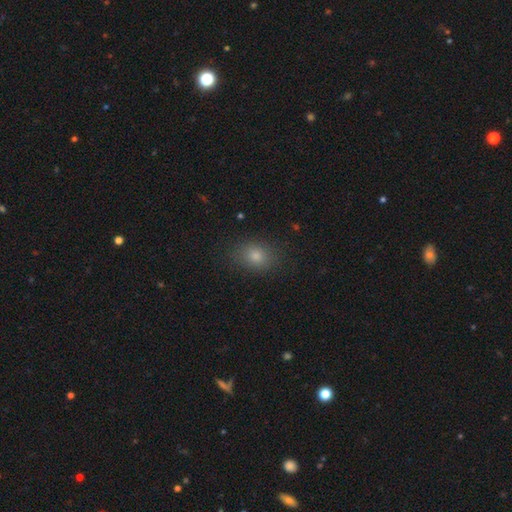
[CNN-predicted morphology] Smooth or featured? smooth (77%)
How rounded? in between (56%)
Merging? none (85%)